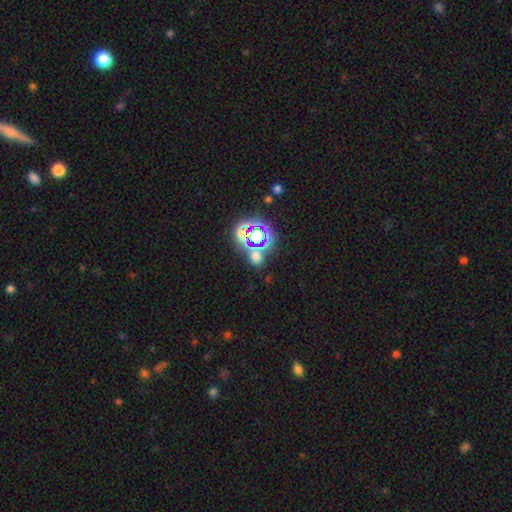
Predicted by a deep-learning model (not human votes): This is possibly a star or artifact rather than a galaxy (49%).